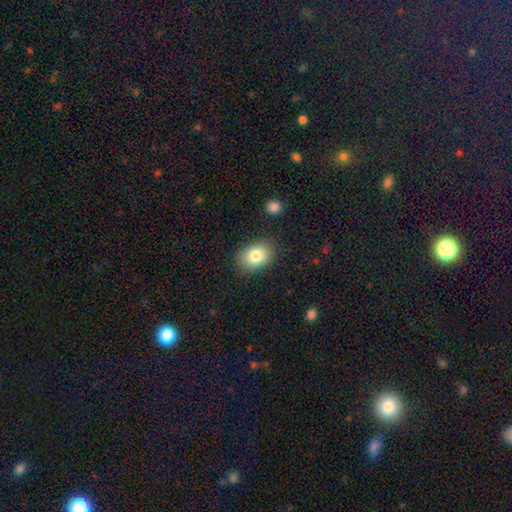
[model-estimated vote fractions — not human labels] smooth 82%, featured or disk 10%, star or artifact 9%. Down the decision tree: how rounded — in between (74%); merging — none (84%).